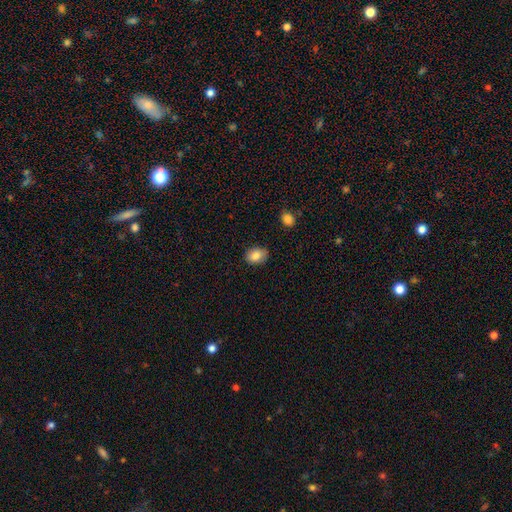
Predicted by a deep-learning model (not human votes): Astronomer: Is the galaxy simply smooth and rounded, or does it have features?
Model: smooth — 85%.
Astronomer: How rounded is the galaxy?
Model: in between — 72%.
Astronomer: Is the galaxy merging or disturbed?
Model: none — 83%.